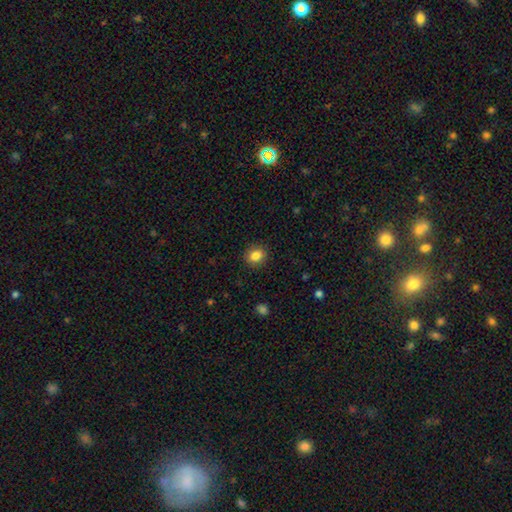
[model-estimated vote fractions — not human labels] This appears to be a smooth galaxy with no disk features (85%) that is round (65%). Merging: none (89%).